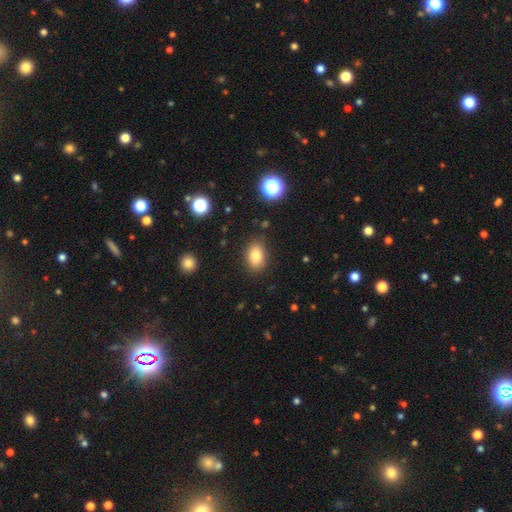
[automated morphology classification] The model was most divided on "how rounded": in between: 82%, round: 17%, cigar-shaped: 1%. More confident: merging — none (85%); smooth or featured — smooth (82%).